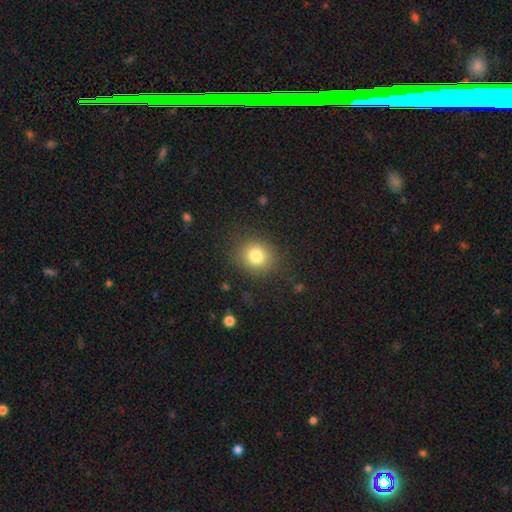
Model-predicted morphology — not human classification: This appears to be a smooth galaxy with no disk features (80%) that is round (79%). Merging: none (85%).